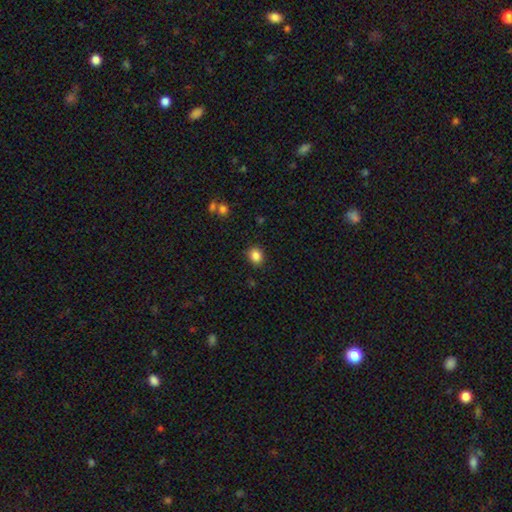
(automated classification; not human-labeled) Morphology: type=smooth (86%); roundness=round (58%); merging=none (88%).